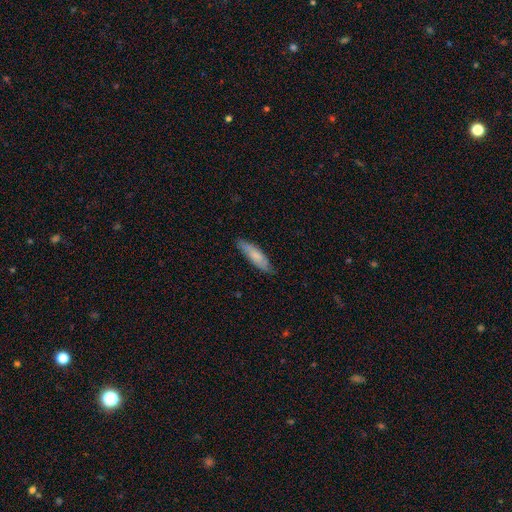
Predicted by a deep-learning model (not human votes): Smooth or featured? Predicted: smooth (p=0.73). How rounded? Predicted: cigar-shaped (p=0.64). Merging? Predicted: none (p=0.80).